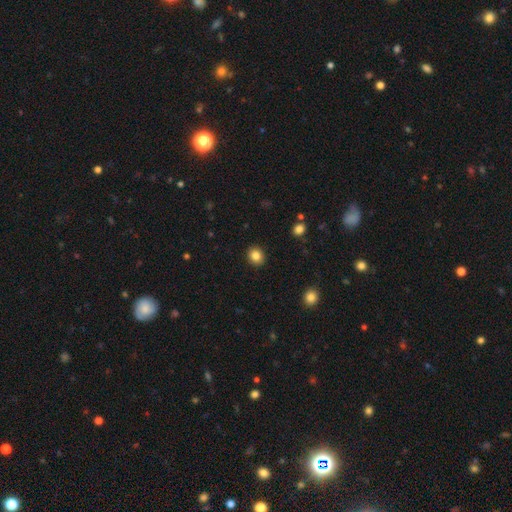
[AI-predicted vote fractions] A smooth galaxy with no disk features (84%) that is round (79%). Merging: none (92%).